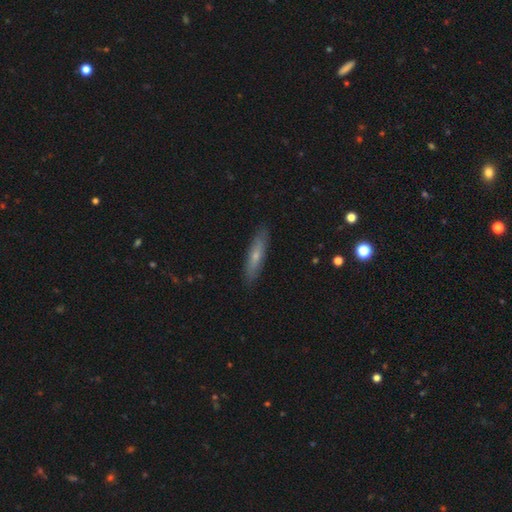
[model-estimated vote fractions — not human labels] A smooth galaxy with no disk features (59%) that is cigar-shaped (80%).

Vote fractions:
- Smooth or featured? smooth: 59% / featured or disk: 34% / star or artifact: 7%
- How rounded? cigar-shaped: 80% / in between: 18% / round: 2%
- Merging? none: 88% / minor disturbance: 9% / major disturbance: 2% / merger: 1%